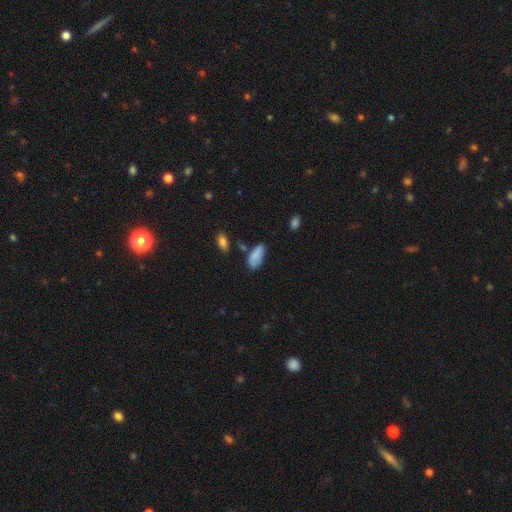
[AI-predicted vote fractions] Smooth or featured: smooth — 81% (featured or disk — 11%)
How rounded: in between — 89% (cigar-shaped — 8%)
Merging: none — 58% (minor disturbance — 28%)